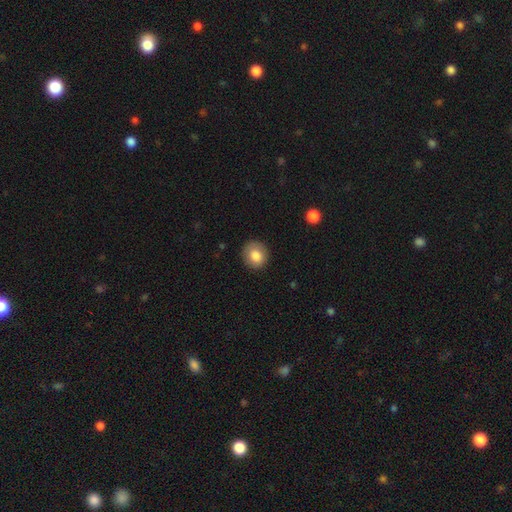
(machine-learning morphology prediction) This appears to be a smooth galaxy with no disk features (83%) that is round (81%). Merging: none (85%).